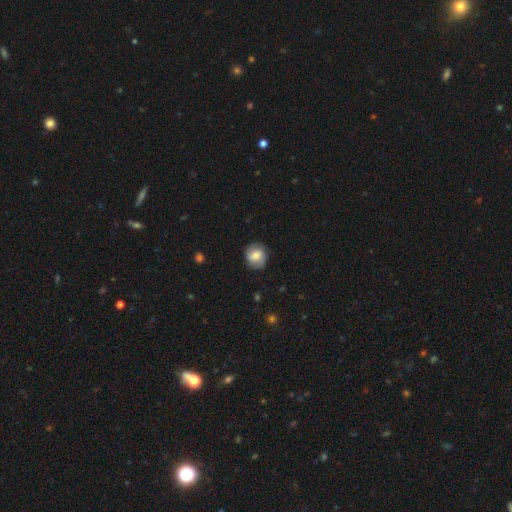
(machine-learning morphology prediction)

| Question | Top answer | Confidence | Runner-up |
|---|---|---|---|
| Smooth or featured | smooth | 63% | featured or disk (29%) |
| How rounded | round | 81% | in between (18%) |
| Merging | none | 82% | minor disturbance (13%) |